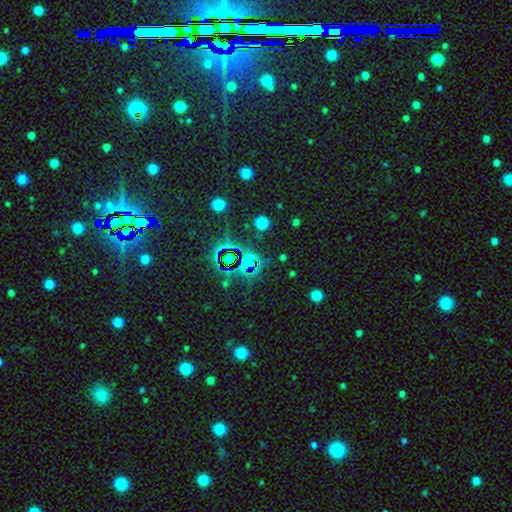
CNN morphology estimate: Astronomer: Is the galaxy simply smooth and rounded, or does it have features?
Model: star or artifact — 74%.